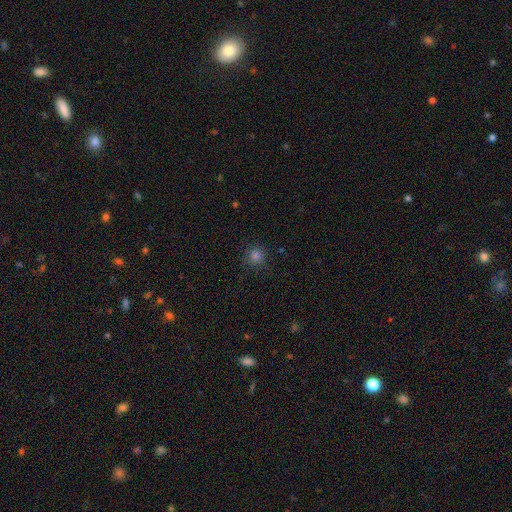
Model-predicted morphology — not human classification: A smooth galaxy with no disk features (76%) that is round (94%). Merging: none (88%).